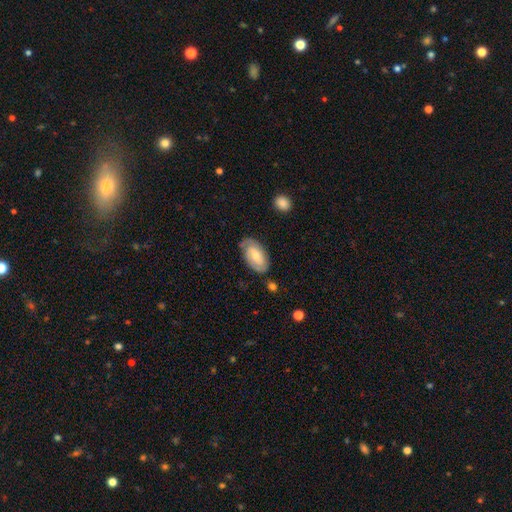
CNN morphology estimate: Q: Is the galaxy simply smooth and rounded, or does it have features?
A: featured or disk — 60%.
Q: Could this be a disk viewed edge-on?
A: no — 94%.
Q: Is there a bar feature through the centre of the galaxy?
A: no — 46%.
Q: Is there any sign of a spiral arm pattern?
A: yes — 88%.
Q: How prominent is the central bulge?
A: moderate — 50%.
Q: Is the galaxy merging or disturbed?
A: none — 74%.